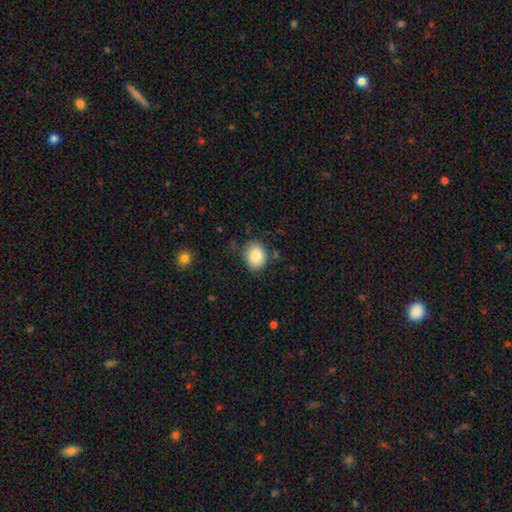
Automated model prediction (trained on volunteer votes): This appears to be a smooth galaxy with no disk features (86%) that is round (55%). Merging: none (79%).